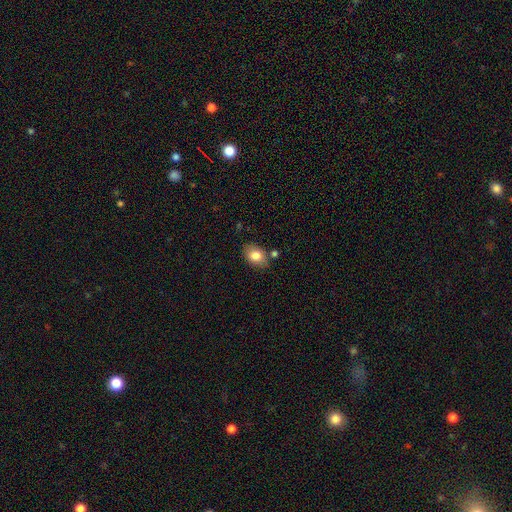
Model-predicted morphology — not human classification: This is clearly a smooth galaxy (82%). How rounded: clearly in between (81%). Merging: likely none (76%).